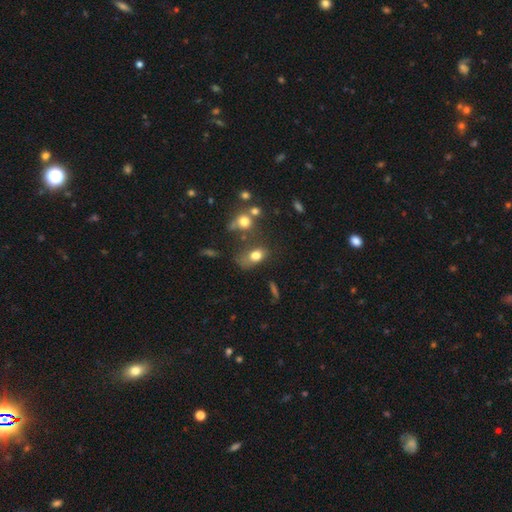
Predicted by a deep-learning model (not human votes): This is likely a smooth galaxy (74%). How rounded: likely in between (72%). Merging: marginally none (35%).